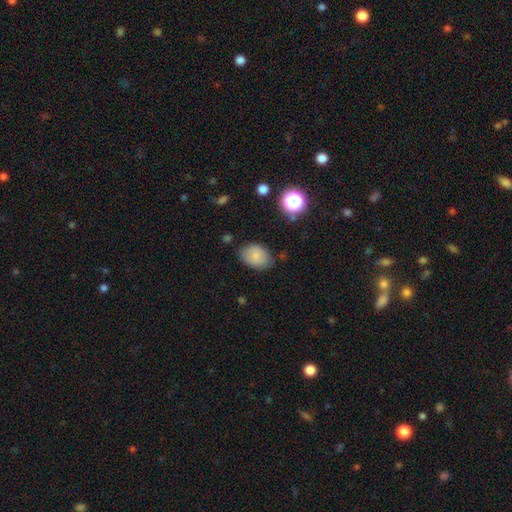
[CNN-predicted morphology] Q: Smooth or featured?
A: smooth (80%); runner-up: featured or disk (10%)
Q: How rounded?
A: in between (77%); runner-up: round (22%)
Q: Merging?
A: none (76%); runner-up: minor disturbance (18%)